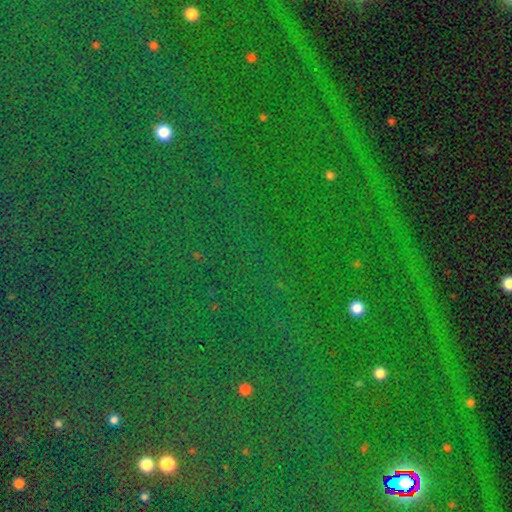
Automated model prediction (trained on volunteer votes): smooth-or-featured: star or artifact: 83% | smooth: 10% | featured or disk: 7%